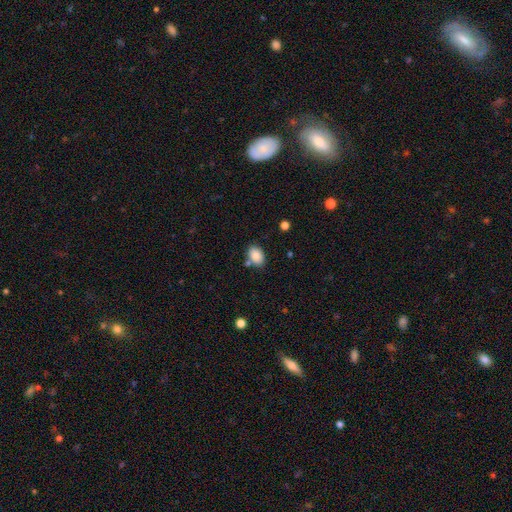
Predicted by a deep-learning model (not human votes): Smooth or featured? Predicted: smooth (p=0.86). How rounded? Predicted: in between (p=0.85). Merging? Predicted: none (p=0.75).